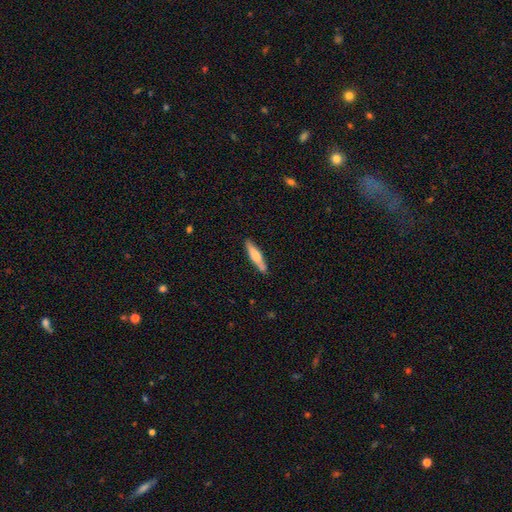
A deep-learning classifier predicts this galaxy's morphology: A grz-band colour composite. It shows a smooth galaxy with no disk features (58%) that is cigar-shaped (83%). Merging: none (84%).